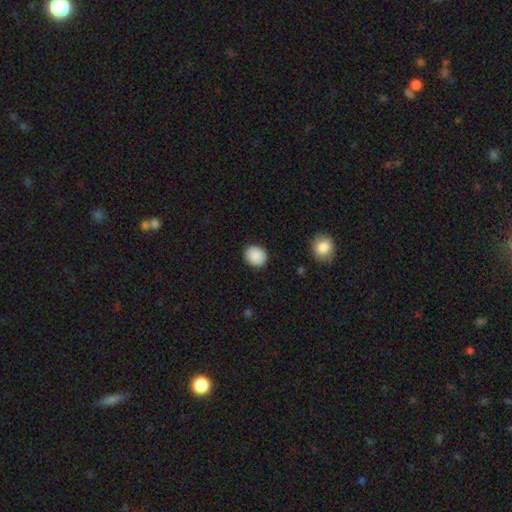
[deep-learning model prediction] smooth 89%, star or artifact 8%, featured or disk 3%. Down the decision tree: how rounded — round (71%); merging — none (89%).